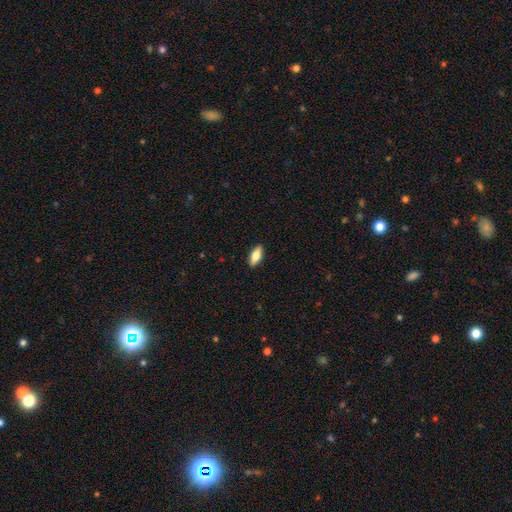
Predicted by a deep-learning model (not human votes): Morphology: type=smooth (67%); roundness=in between (77%); merging=none (90%).